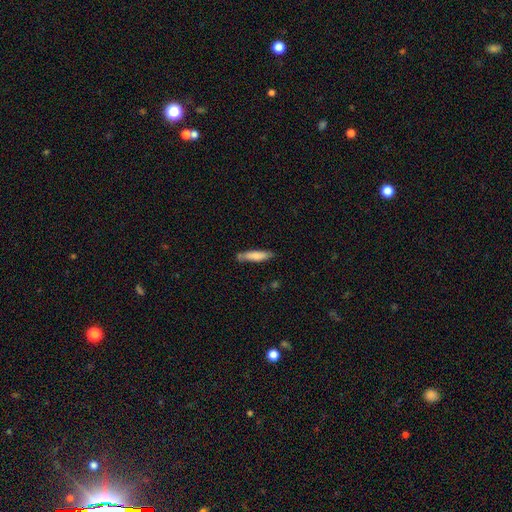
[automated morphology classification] This appears to be a smooth galaxy with no disk features (78%) that is cigar-shaped (80%). Merging: none (74%).